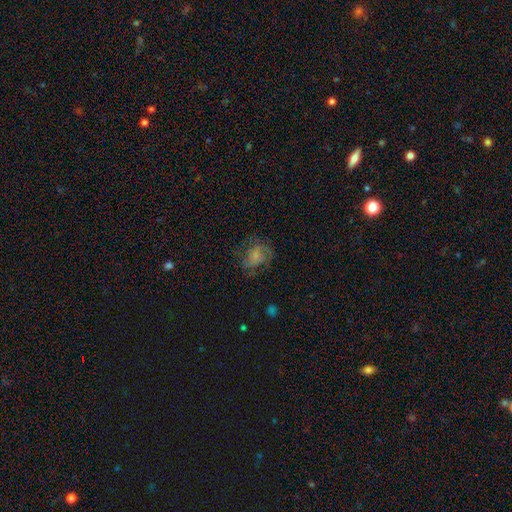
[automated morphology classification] Smooth or featured? smooth (57%)
How rounded? in between (55%)
Merging? none (53%)